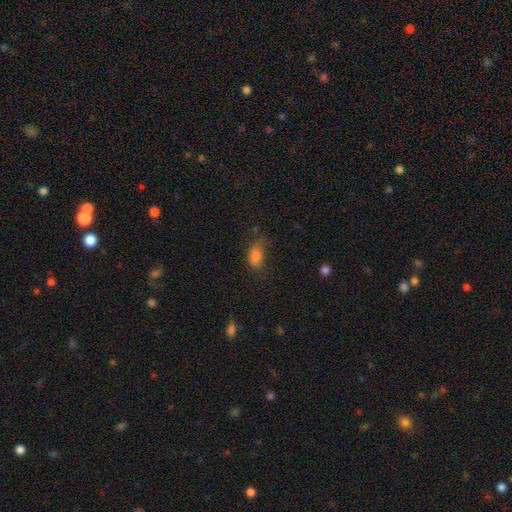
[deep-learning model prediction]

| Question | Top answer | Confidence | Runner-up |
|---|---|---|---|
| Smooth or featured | smooth | 80% | star or artifact (12%) |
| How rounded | in between | 81% | round (16%) |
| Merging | none | 50% | minor disturbance (32%) |